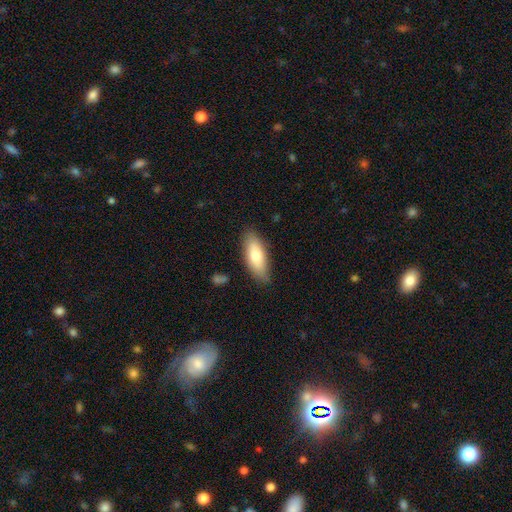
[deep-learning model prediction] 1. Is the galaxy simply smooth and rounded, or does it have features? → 74% smooth, 20% featured or disk, 6% star or artifact.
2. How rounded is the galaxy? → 70% in between, 28% cigar-shaped, 2% round.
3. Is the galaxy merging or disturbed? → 84% none, 12% minor disturbance, 2% major disturbance, 2% merger.